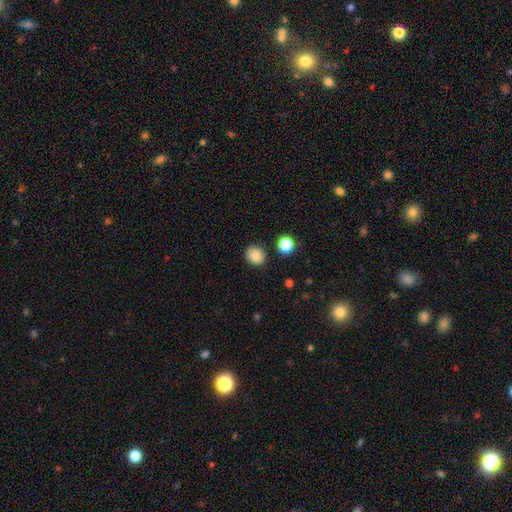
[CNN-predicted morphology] Smooth or featured? smooth (85%)
How rounded? round (68%)
Merging? none (84%)